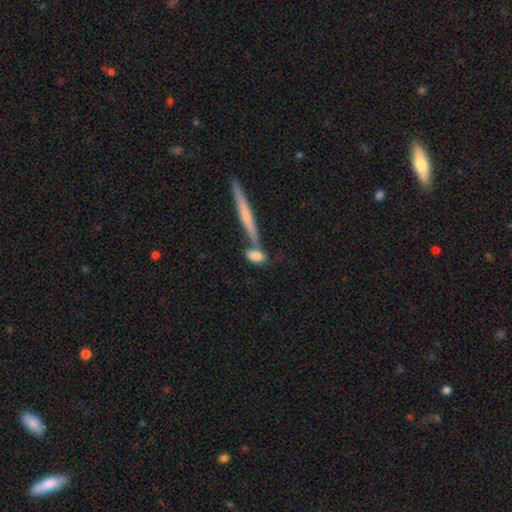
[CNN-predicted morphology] smooth-or-featured: smooth: 77% | featured or disk: 16% | star or artifact: 7%
  how-rounded: in between: 66% | cigar-shaped: 26% | round: 8%
  merging: none: 51% | merger: 28% | minor disturbance: 15% | major disturbance: 6%